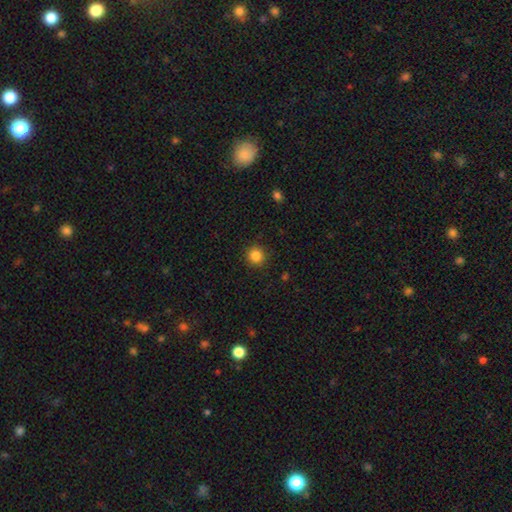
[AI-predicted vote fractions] This is clearly a smooth galaxy (85%). How rounded: clearly round (93%). Merging: clearly none (91%).